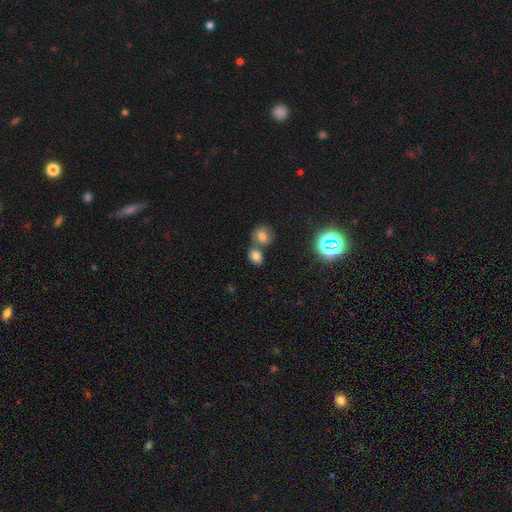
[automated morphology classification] Q: Smooth or featured?
A: smooth (74%); runner-up: star or artifact (16%)
Q: How rounded?
A: in between (57%); runner-up: round (41%)
Q: Merging?
A: merger (45%); runner-up: none (43%)